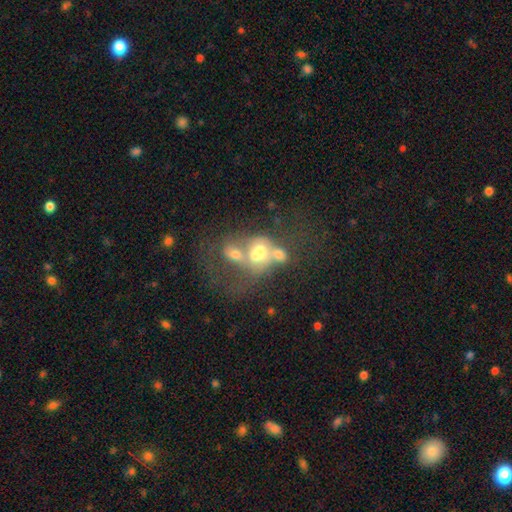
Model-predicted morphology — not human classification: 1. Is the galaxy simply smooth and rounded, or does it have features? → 43% smooth (tied), 43% featured or disk (tied), 14% star or artifact.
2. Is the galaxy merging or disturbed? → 70% merger, 12% none, 12% major disturbance, 6% minor disturbance.